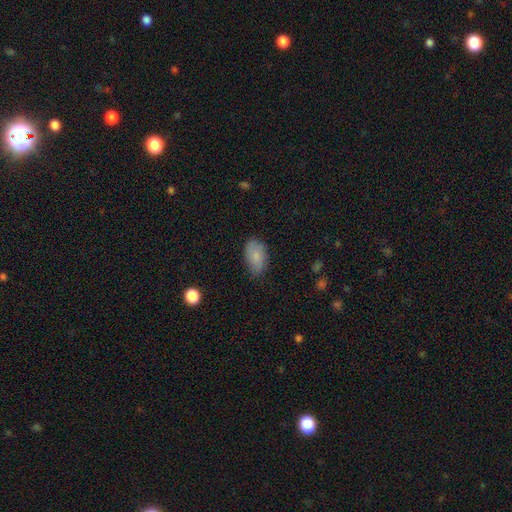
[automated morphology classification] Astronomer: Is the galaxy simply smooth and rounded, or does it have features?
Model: smooth — 83%.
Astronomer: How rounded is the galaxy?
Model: in between — 93%.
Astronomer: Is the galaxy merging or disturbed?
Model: none — 76%.